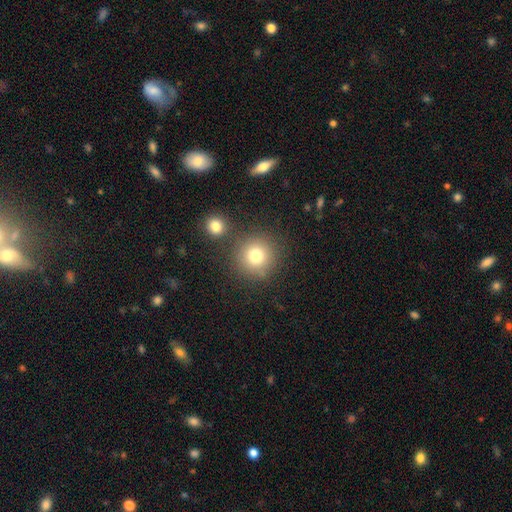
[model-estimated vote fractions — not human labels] Overall: smooth (78%). How rounded: round (94%). Merging: none (76%).